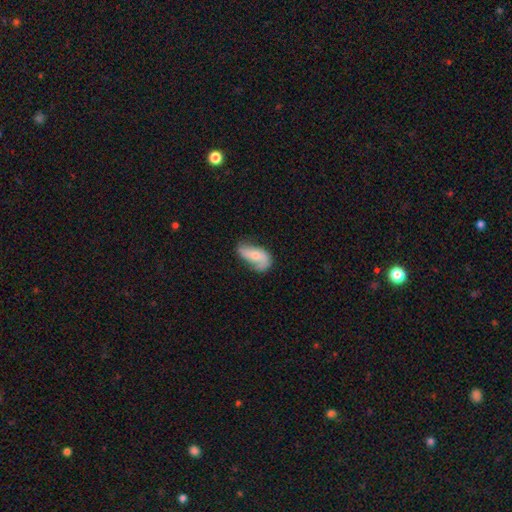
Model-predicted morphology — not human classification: Q: Smooth or featured?
A: featured or disk (51%); runner-up: smooth (42%)
Q: Edge-on disk?
A: no (93%); runner-up: yes (7%)
Q: Merging?
A: none (46%); runner-up: minor disturbance (34%)